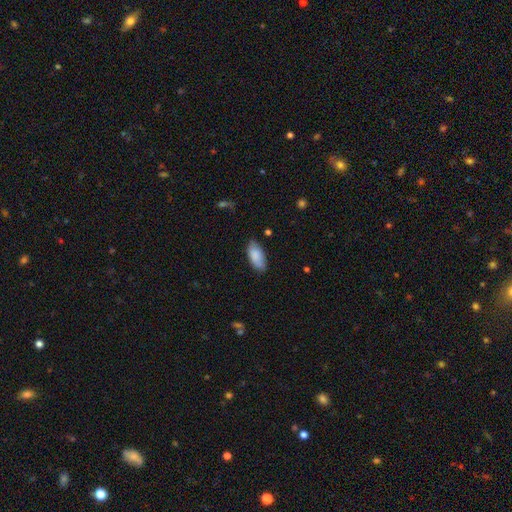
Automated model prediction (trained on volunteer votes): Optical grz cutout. It shows a smooth galaxy with no disk features (85%) that is in between round and cigar-shaped (91%). Merging: none (77%).